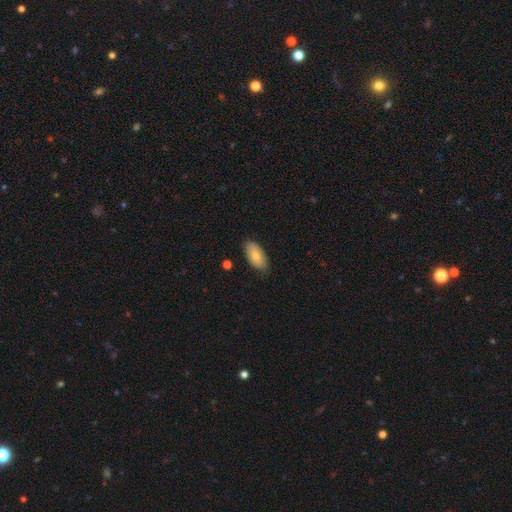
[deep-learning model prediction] This is likely a smooth galaxy (73%). How rounded: clearly in between (93%). Merging: clearly none (85%).